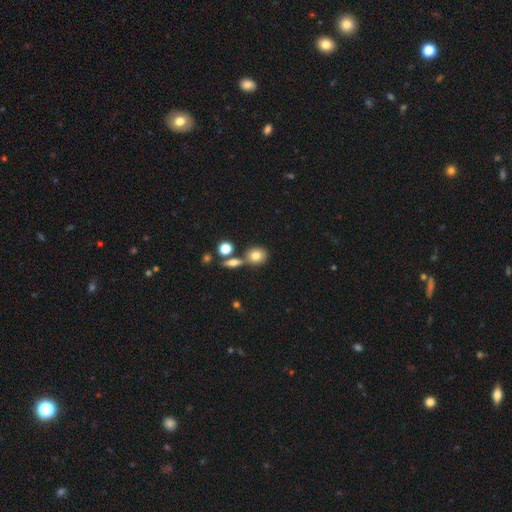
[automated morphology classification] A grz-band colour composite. It shows a smooth galaxy with no disk features (77%) that is round (79%). Merging: none (65%).